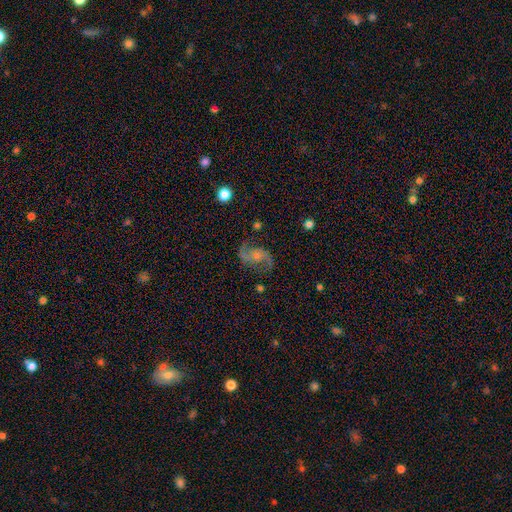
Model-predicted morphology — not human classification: Smooth or featured: featured or disk — 86% (smooth — 8%)
Edge-on disk: no — 98% (yes — 2%)
Bar: no — 60% (weak — 32%)
Spiral arms: yes — 96% (no — 4%)
Spiral winding: loose — 61% (medium — 32%)
Spiral arm count: 2 — 93% (can't tell — 2%)
Bulge size: small — 55% (moderate — 33%)
Merging: none — 73% (minor disturbance — 16%)